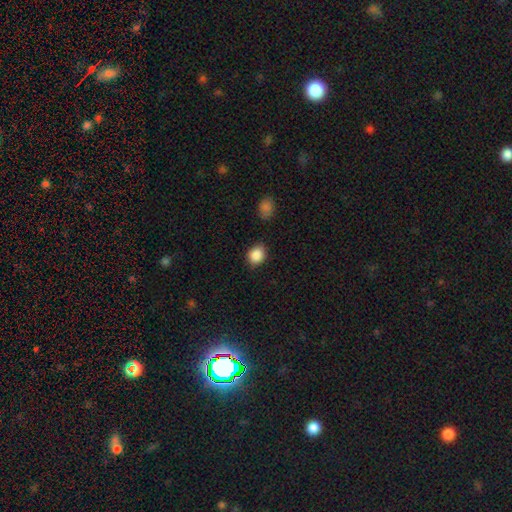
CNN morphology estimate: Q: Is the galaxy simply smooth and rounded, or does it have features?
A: smooth — 88%.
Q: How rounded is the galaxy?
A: round — 51%.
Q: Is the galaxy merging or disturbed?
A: none — 79%.